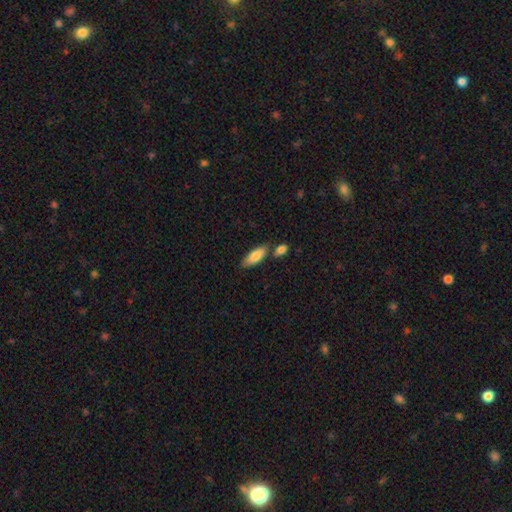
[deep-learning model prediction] A smooth galaxy with no disk features (83%) that is in between round and cigar-shaped (75%).

Vote fractions:
- Smooth or featured? smooth: 83% / featured or disk: 11% / star or artifact: 6%
- How rounded? in between: 75% / cigar-shaped: 23% / round: 2%
- Merging? none: 65% / merger: 18% / minor disturbance: 13% / major disturbance: 3%